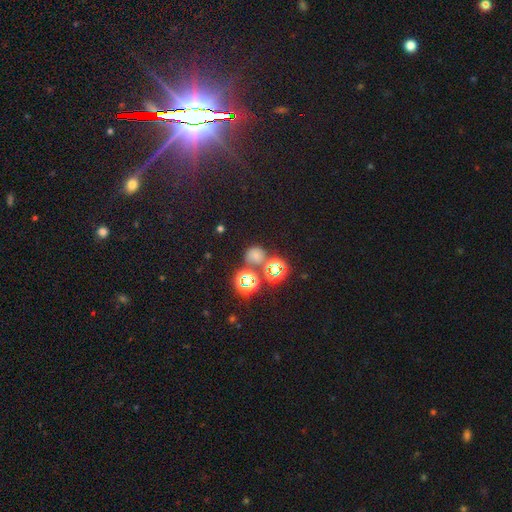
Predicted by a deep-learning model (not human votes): Morphology: type=smooth (51%); roundness=round (85%); merging=none (67%).